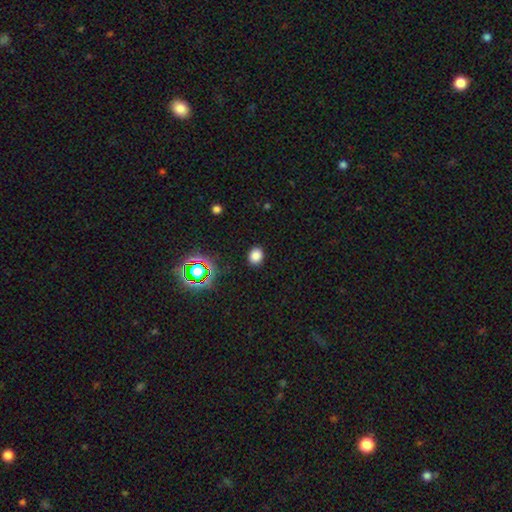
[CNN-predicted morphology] Smooth or featured? Predicted: smooth (p=0.79). How rounded? Predicted: round (p=0.56). Merging? Predicted: none (p=0.89).